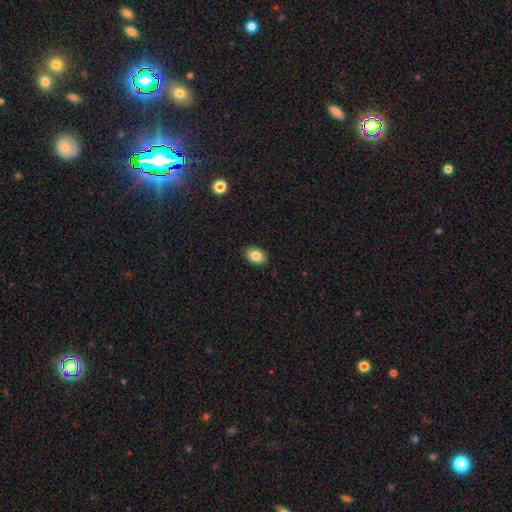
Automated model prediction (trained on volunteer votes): Smooth or featured? Predicted: smooth (p=0.83). How rounded? Predicted: in between (p=0.83). Merging? Predicted: none (p=0.89).